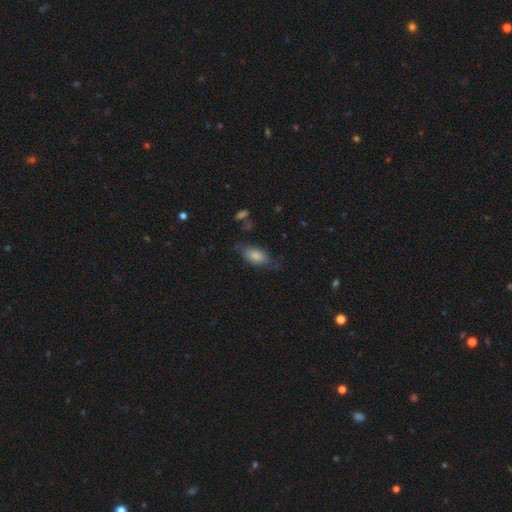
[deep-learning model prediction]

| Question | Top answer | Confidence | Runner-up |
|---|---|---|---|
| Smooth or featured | smooth | 76% | featured or disk (16%) |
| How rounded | in between | 87% | cigar-shaped (9%) |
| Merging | none | 60% | minor disturbance (27%) |